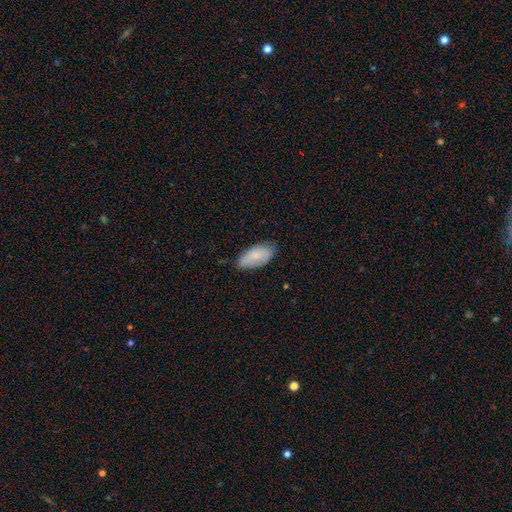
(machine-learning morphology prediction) A smooth galaxy with no disk features (75%) that is in between round and cigar-shaped (93%).

Vote fractions:
- Smooth or featured? smooth: 75% / featured or disk: 19% / star or artifact: 6%
- How rounded? in between: 93% / cigar-shaped: 4% / round: 2%
- Merging? none: 65% / minor disturbance: 28% / major disturbance: 5% / merger: 1%